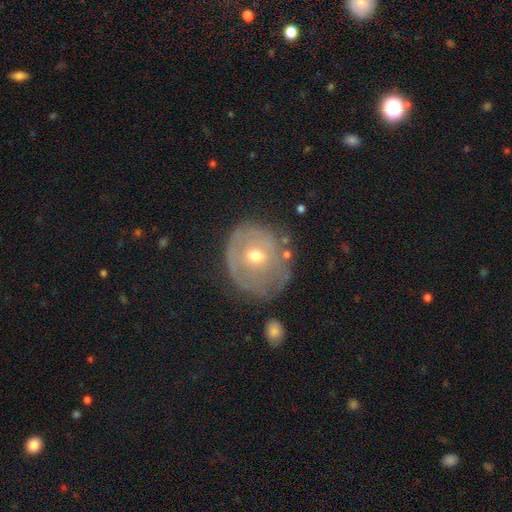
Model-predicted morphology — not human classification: The model was most divided on "spiral arms": no: 58%, yes: 42%. More confident: edge-on disk — no (95%); bar — no (77%); bulge size — moderate (67%); merging — none (63%); smooth or featured — featured or disk (58%).